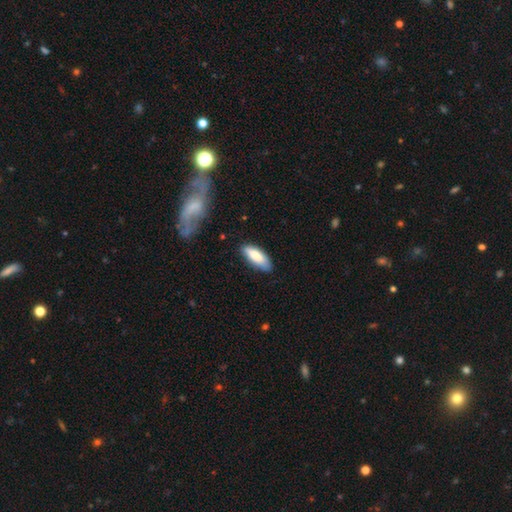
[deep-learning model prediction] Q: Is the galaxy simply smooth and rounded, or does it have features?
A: smooth — 82%.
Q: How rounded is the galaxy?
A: in between — 68%.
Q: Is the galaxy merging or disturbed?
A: none — 74%.